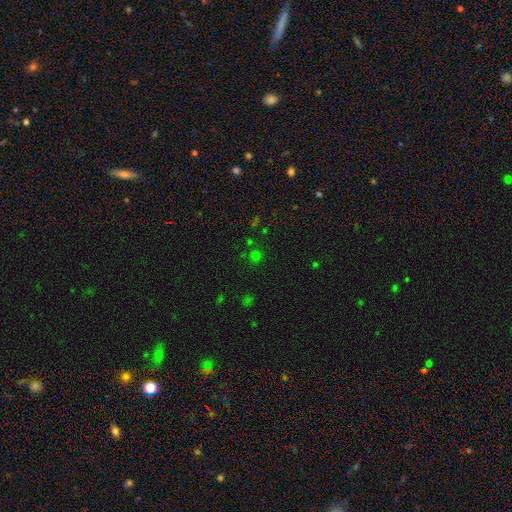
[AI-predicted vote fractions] The model was most divided on "smooth or featured": smooth: 60%, star or artifact: 35%, featured or disk: 6%. More confident: how rounded — round (91%); merging — none (80%).